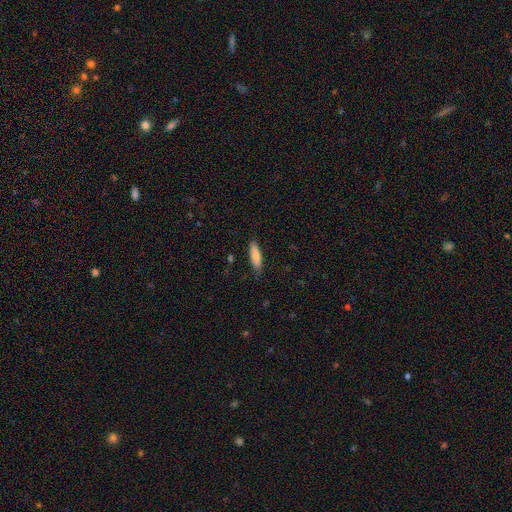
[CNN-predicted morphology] Q: Smooth or featured?
A: smooth (81%); runner-up: featured or disk (13%)
Q: How rounded?
A: cigar-shaped (62%); runner-up: in between (37%)
Q: Merging?
A: none (82%); runner-up: minor disturbance (14%)